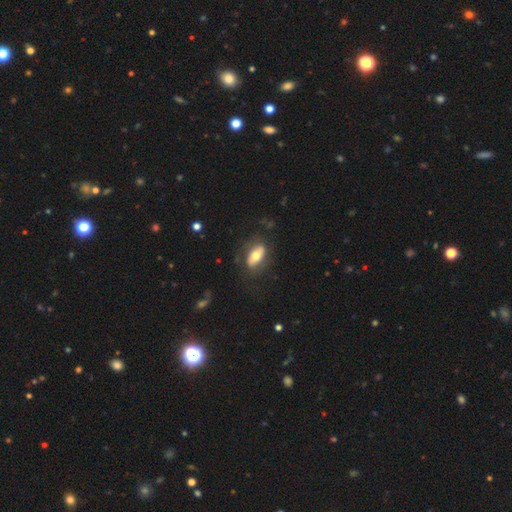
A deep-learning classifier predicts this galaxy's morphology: type=smooth (57%); roundness=in between (87%); merging=none (74%).